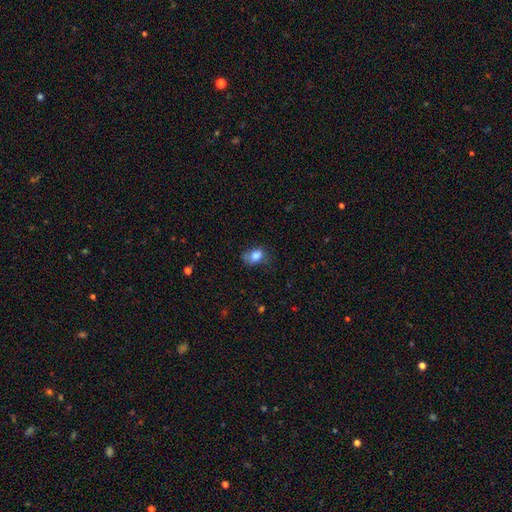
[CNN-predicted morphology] The model was most divided on "merging": none: 53%, minor disturbance: 32%, major disturbance: 13%, merger: 2%. More confident: smooth or featured — smooth (81%); how rounded — in between (71%).